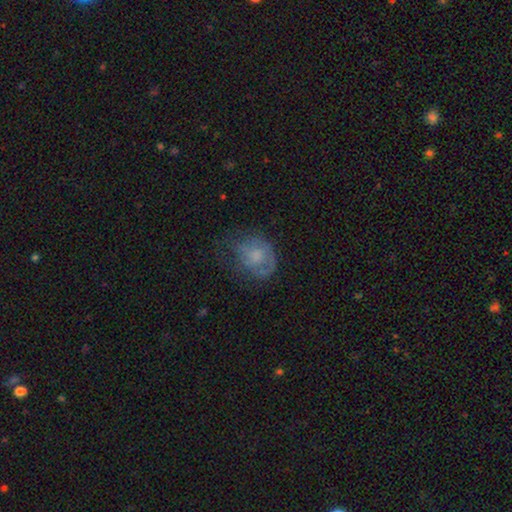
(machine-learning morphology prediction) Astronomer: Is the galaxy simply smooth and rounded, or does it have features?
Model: smooth — 53% (runner-up: featured or disk, 37%).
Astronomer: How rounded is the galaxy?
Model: round — 54% (runner-up: in between, 45%).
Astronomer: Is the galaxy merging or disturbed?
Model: none — 43% (runner-up: minor disturbance, 28%).